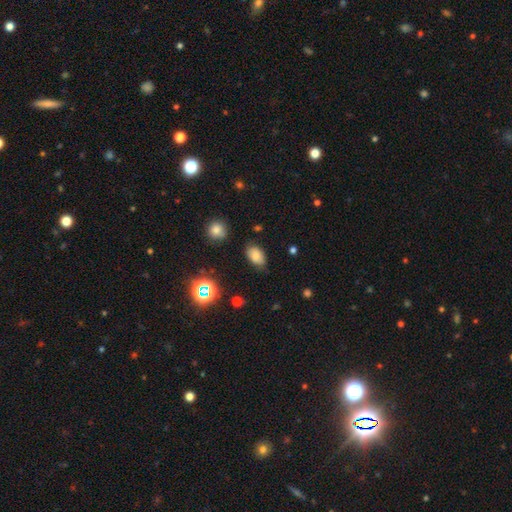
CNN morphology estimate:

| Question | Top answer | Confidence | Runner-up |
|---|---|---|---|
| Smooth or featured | smooth | 76% | star or artifact (14%) |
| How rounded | in between | 89% | round (10%) |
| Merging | none | 77% | minor disturbance (18%) |